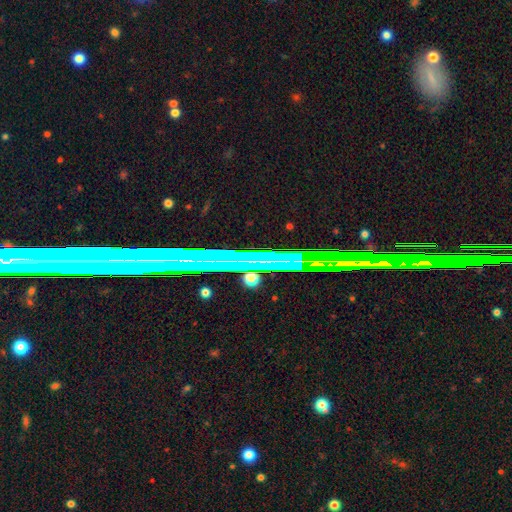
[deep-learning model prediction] Overall: star or artifact (61%; featured or disk 25%).